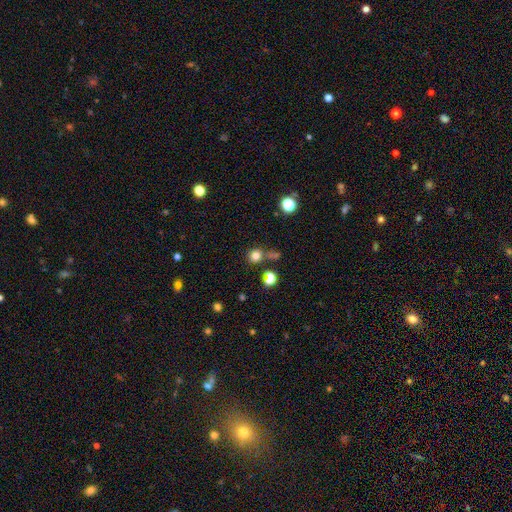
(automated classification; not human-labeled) Smooth or featured? smooth (78%)
How rounded? round (90%)
Merging? none (69%)